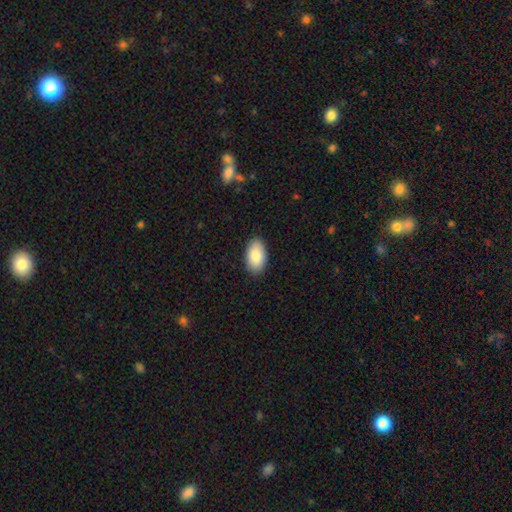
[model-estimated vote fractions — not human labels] Morphology: type=smooth (86%); roundness=in between (95%); merging=none (88%).